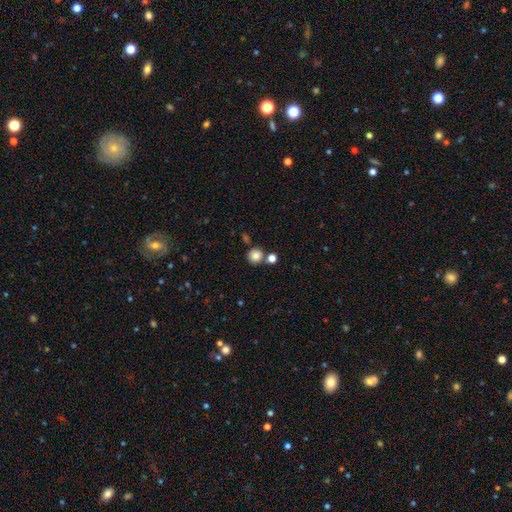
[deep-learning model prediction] This is clearly a smooth galaxy (83%). How rounded: clearly round (92%). Merging: likely none (74%).